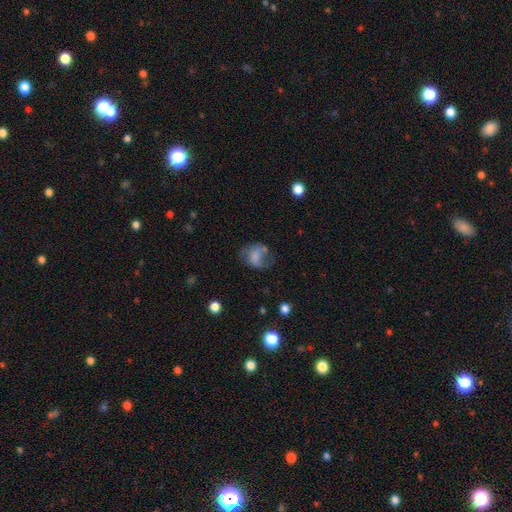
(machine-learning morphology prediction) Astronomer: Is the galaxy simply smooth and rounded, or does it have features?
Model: smooth — 53% (runner-up: featured or disk, 36%).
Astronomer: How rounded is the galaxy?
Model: in between — 55% (runner-up: round, 43%).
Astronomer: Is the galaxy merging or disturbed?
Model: none — 37% (runner-up: major disturbance, 33%).